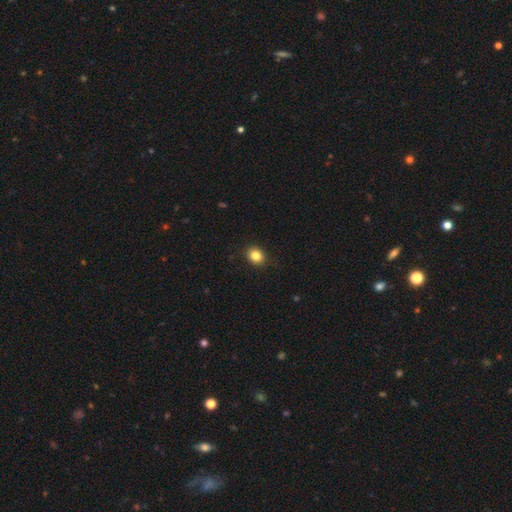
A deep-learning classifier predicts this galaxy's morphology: The model was most divided on "how rounded": round: 59%, in between: 40%, cigar-shaped: 1%. More confident: merging — none (87%); smooth or featured — smooth (84%).